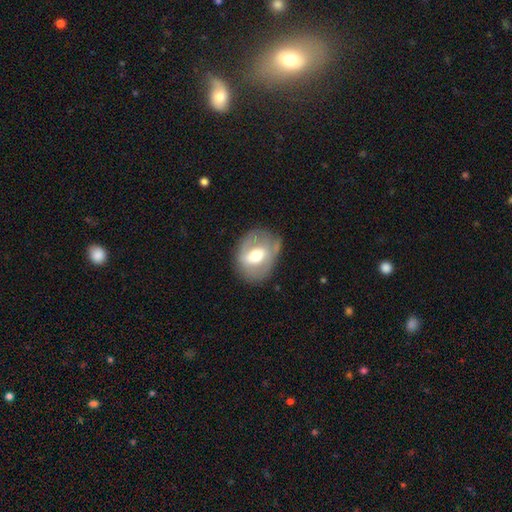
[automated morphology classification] Smooth or featured? featured or disk (56%)
Edge-on disk? no (94%)
Bar? weak (42%)
Spiral arms? yes (51%)
Bulge size? moderate (67%)
Merging? none (65%)